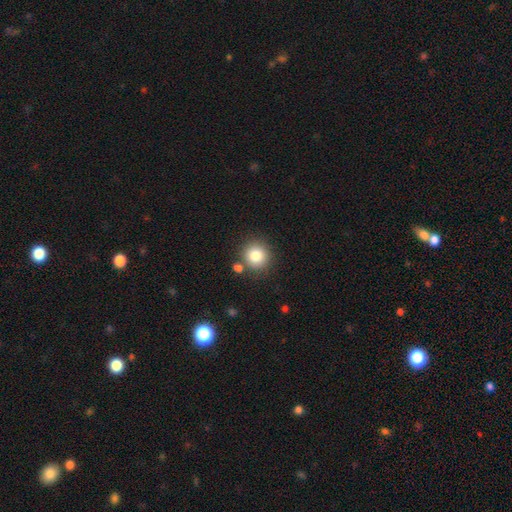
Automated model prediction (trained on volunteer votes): smooth 83%, star or artifact 11%, featured or disk 7%. Down the decision tree: how rounded — round (90%); merging — none (80%).